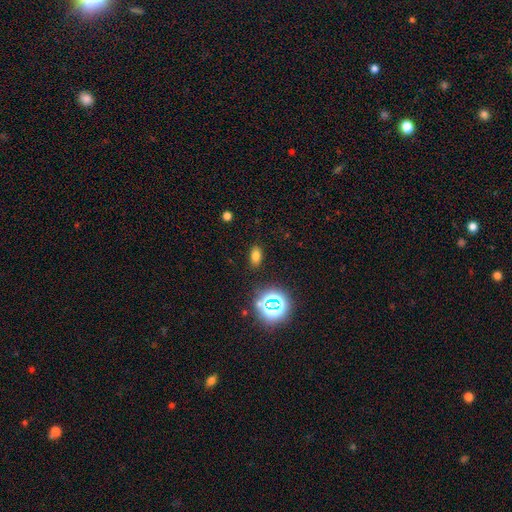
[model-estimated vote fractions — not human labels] smooth 72%, star or artifact 21%, featured or disk 7%. Down the decision tree: how rounded — in between (86%); merging — none (86%).